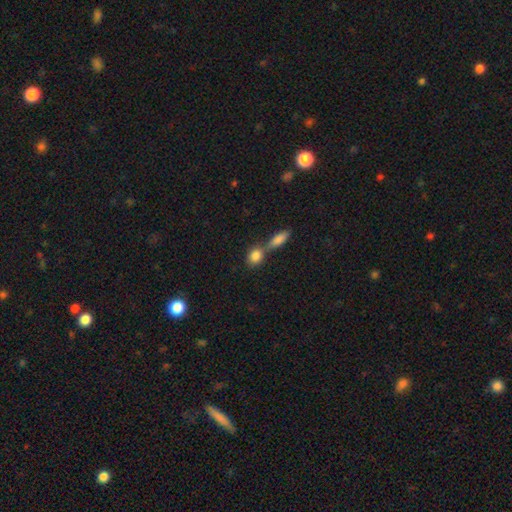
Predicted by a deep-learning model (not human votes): This is clearly a smooth galaxy (84%). How rounded: possibly round (50%). Merging: possibly merger (49%).